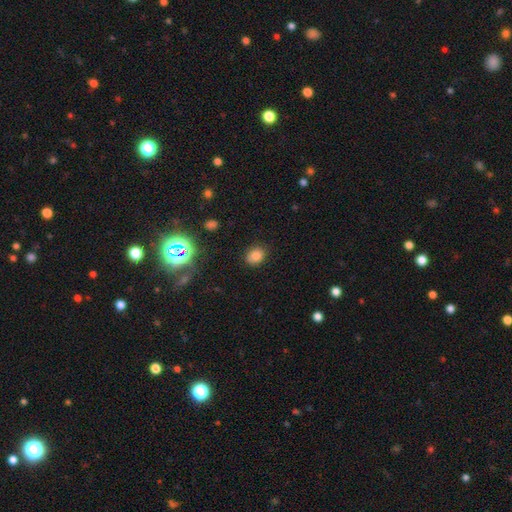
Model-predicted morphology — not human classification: smooth 79%, star or artifact 14%, featured or disk 6%. Down the decision tree: how rounded — in between (54%); merging — none (83%).